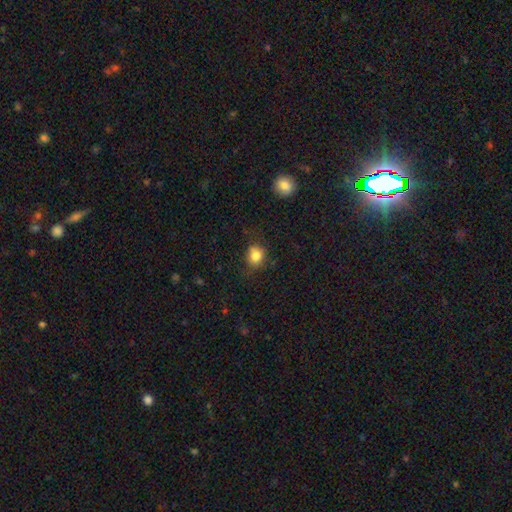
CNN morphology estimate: type=smooth (82%); roundness=round (69%); merging=none (64%).